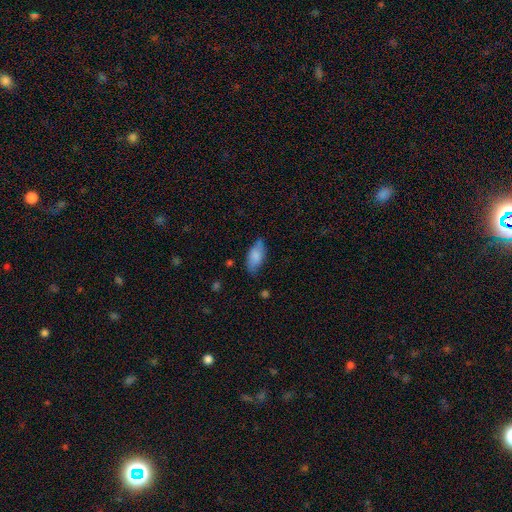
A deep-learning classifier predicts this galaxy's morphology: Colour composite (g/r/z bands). It shows a smooth galaxy with no disk features (80%) that is in between round and cigar-shaped (88%). Merging: none (66%).